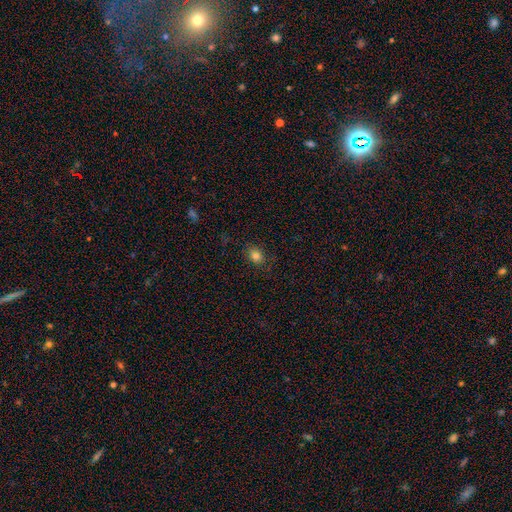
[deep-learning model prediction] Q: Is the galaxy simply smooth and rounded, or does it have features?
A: smooth — 82%.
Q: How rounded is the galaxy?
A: in between — 56%.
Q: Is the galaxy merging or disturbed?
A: none — 84%.